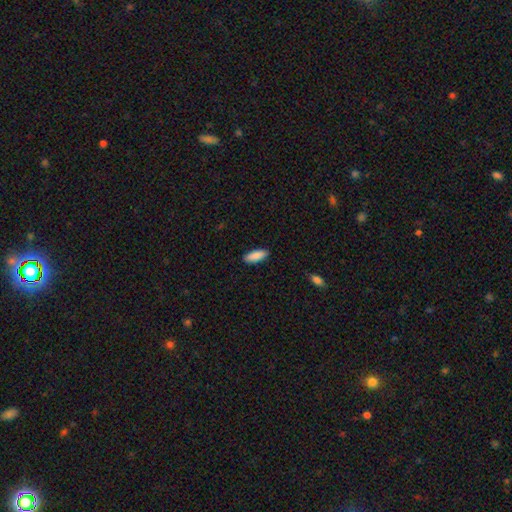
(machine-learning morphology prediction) Smooth or featured?
  - smooth: 90% *
  - star or artifact: 6%
  - featured or disk: 4%
How rounded?
  - in between: 72% *
  - cigar-shaped: 26%
  - round: 2%
Merging?
  - none: 89% *
  - minor disturbance: 8%
  - major disturbance: 2%
  - merger: 1%